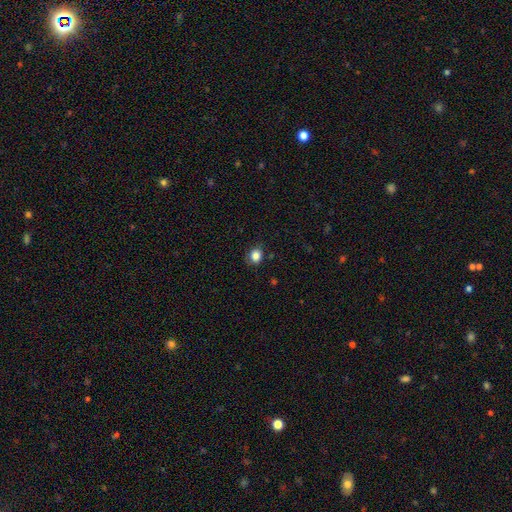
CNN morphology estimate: This is clearly a smooth galaxy (84%). How rounded: likely round (70%). Merging: clearly none (81%).